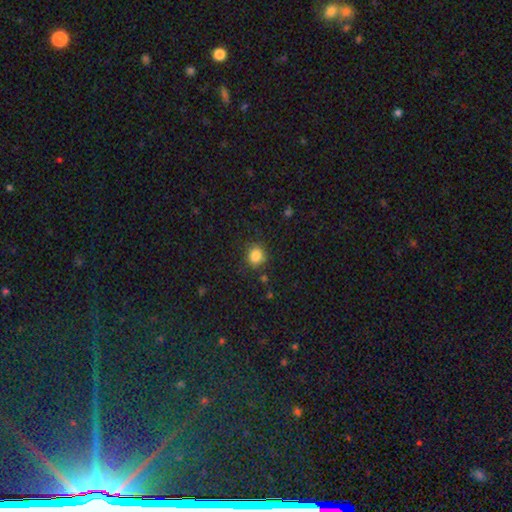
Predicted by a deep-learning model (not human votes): A smooth galaxy with no disk features (85%) that is round (79%). Merging: none (82%).